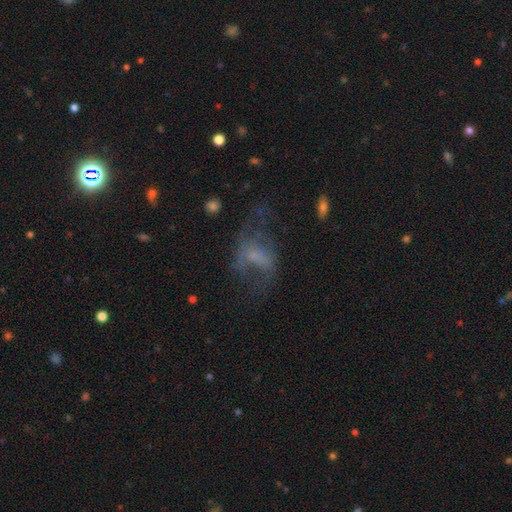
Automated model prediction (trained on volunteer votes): Smooth or featured? Predicted: featured or disk (p=0.51). Edge-on disk? Predicted: no (p=0.96). Merging? Predicted: major disturbance (p=0.45).